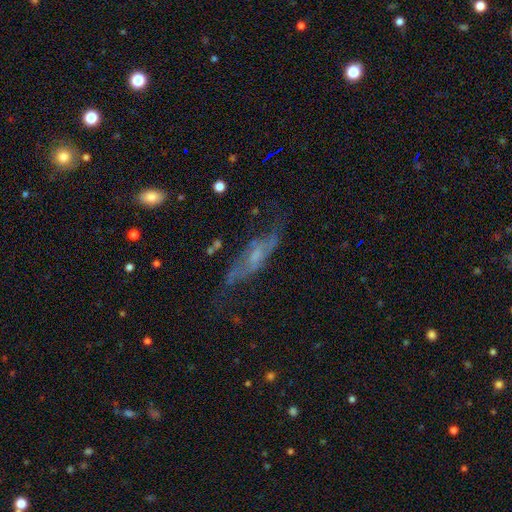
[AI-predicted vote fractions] featured or disk 65%, smooth 23%, star or artifact 11%. Down the decision tree: edge-on disk — no (70%); merging — none (52%).